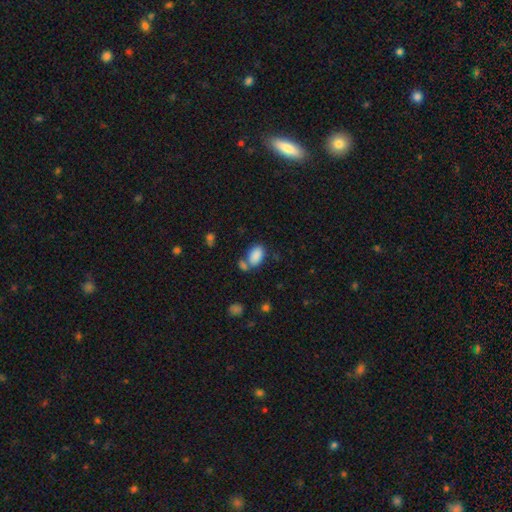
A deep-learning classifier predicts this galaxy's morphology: Smooth or featured: smooth — 87% (star or artifact — 8%)
How rounded: in between — 92% (round — 6%)
Merging: none — 56% (merger — 25%)